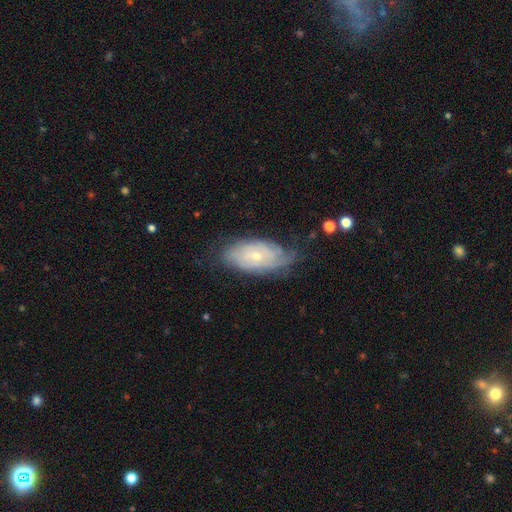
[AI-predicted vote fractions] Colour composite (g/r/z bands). It shows a featured or disk galaxy (70%) with no bar (79%), tight (69%) spiral arms (86%) and a small central bulge (71%). Merging: none (65%).